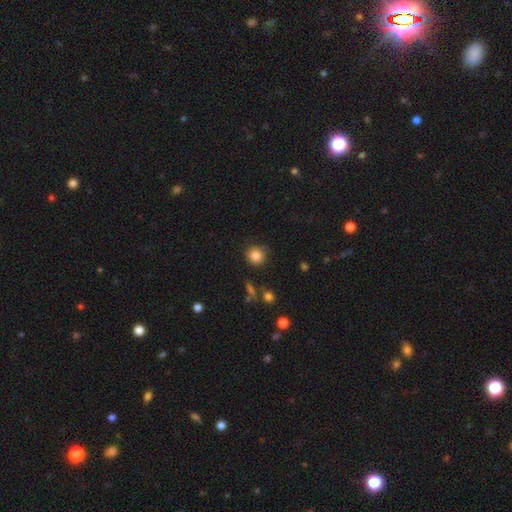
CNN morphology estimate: This is clearly a smooth galaxy (84%). How rounded: clearly round (91%). Merging: clearly none (84%).